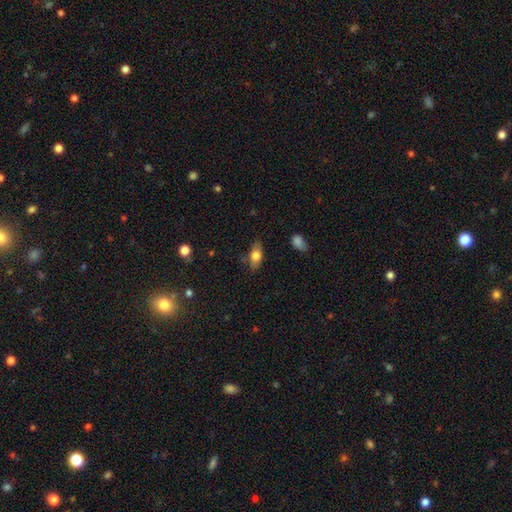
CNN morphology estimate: The model was most divided on "merging": none: 72%, minor disturbance: 21%, major disturbance: 5%, merger: 2%. More confident: how rounded — in between (81%); smooth or featured — smooth (72%).